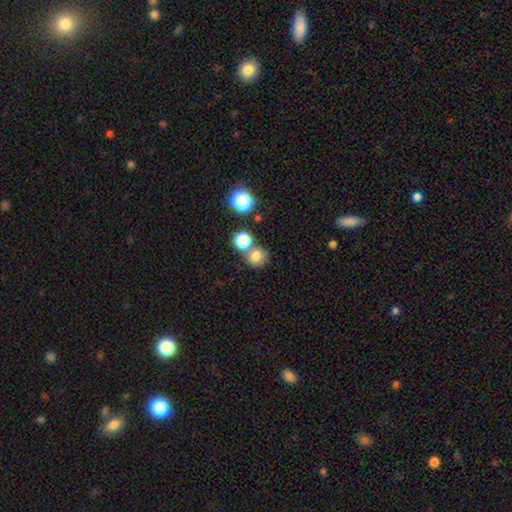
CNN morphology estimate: The model was most divided on "merging": none: 57%, merger: 31%, minor disturbance: 9%, major disturbance: 3%. More confident: how rounded — round (84%); smooth or featured — smooth (76%).